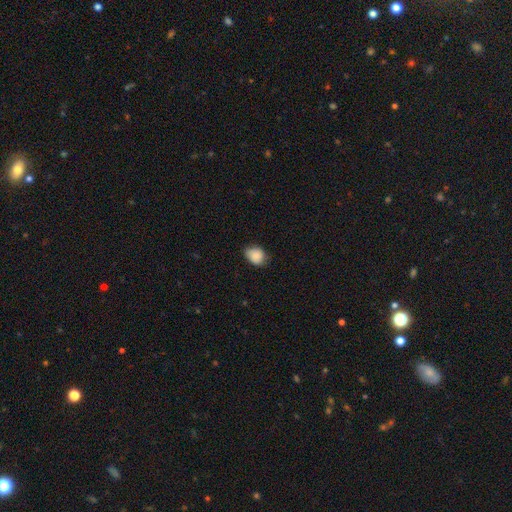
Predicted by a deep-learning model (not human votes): Morphology: type=smooth (88%); roundness=in between (54%); merging=none (67%).